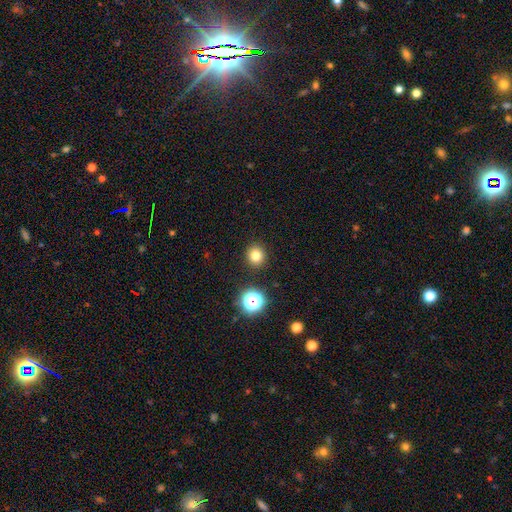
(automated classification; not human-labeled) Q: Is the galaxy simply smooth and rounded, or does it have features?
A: smooth — 78%.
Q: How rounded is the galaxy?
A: round — 89%.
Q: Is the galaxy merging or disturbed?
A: none — 90%.